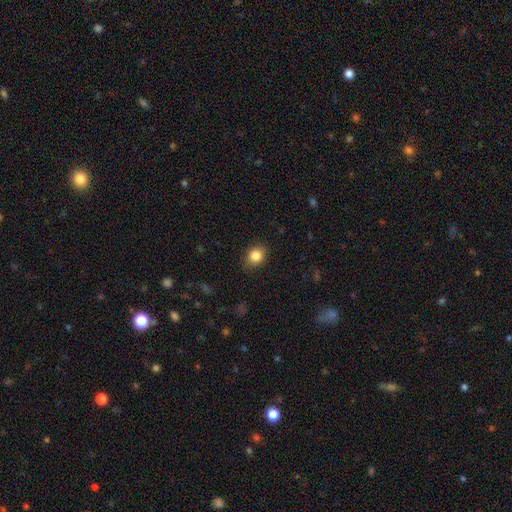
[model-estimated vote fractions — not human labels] smooth-or-featured: smooth: 84% | star or artifact: 10% | featured or disk: 6%
  how-rounded: round: 63% | in between: 36% | cigar-shaped: 1%
  merging: none: 85% | minor disturbance: 11% | major disturbance: 3% | merger: 1%